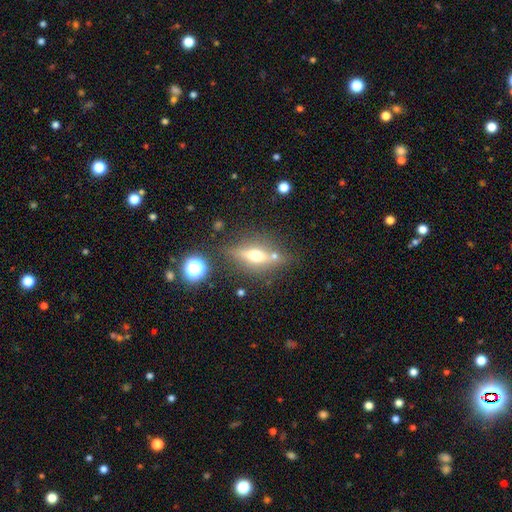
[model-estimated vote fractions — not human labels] A featured or disk galaxy (56%) viewed edge-on (86%). Merging: none (73%).